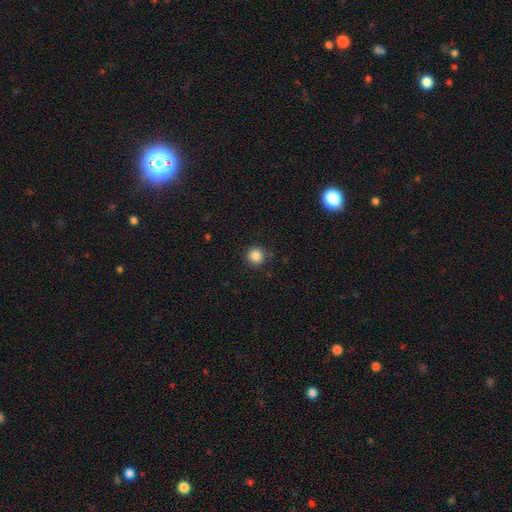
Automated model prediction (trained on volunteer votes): This is clearly a smooth galaxy (86%). How rounded: clearly round (94%). Merging: clearly none (89%).